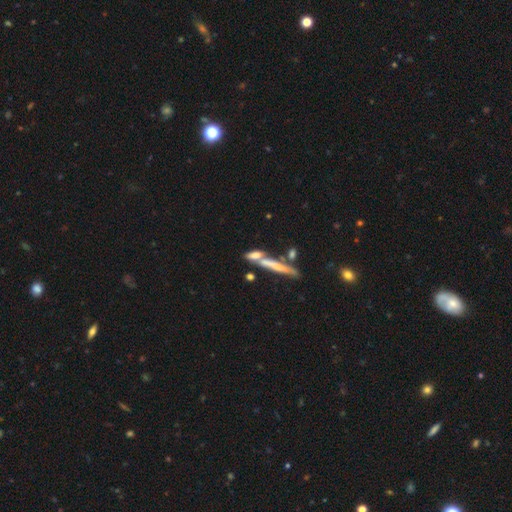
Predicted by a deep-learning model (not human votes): Smooth or featured: smooth — 57% (featured or disk — 34%)
How rounded: cigar-shaped — 69% (in between — 25%)
Merging: none — 43% (merger — 38%)